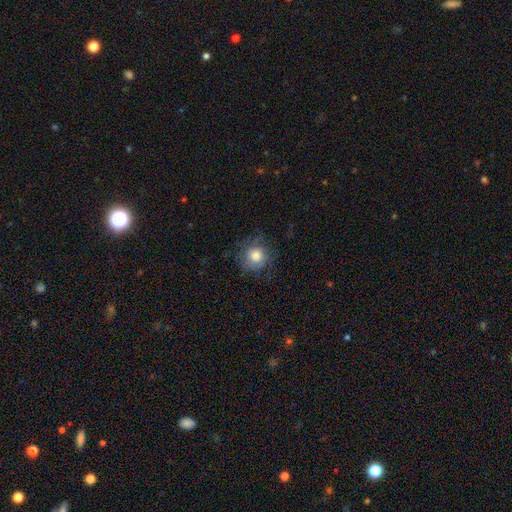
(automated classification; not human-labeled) This appears to be a smooth galaxy with no disk features (75%) that is round (91%). Merging: none (70%).